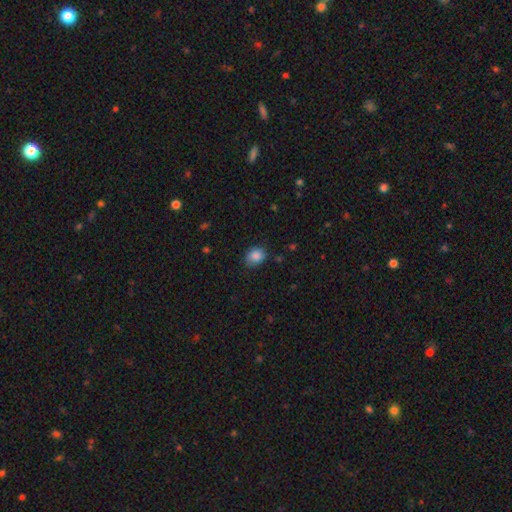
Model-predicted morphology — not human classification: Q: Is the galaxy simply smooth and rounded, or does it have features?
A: smooth — 86%.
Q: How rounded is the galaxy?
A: round — 54%.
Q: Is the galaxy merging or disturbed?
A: none — 78%.